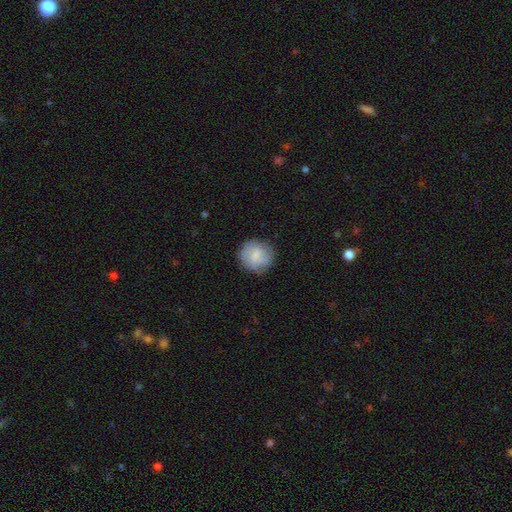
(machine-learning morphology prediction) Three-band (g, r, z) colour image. It shows a smooth galaxy with no disk features (67%) that is round (90%). Merging: none (79%).